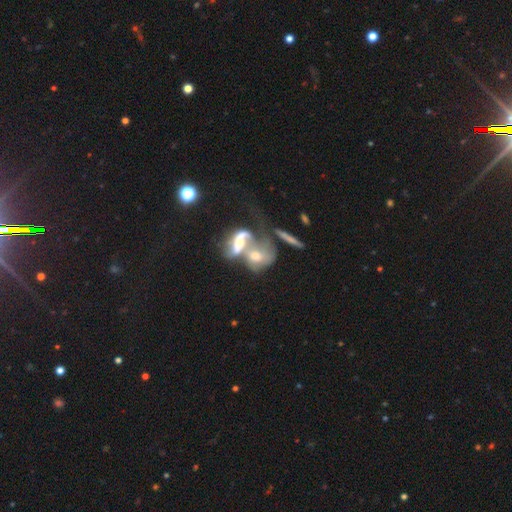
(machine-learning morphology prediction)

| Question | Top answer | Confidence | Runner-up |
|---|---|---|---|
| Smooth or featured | featured or disk | 59% | smooth (31%) |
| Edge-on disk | no | 90% | yes (10%) |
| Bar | no | 55% | weak (29%) |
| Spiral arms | yes | 65% | no (35%) |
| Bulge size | moderate | 57% | small (19%) |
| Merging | merger | 74% | major disturbance (11%) |